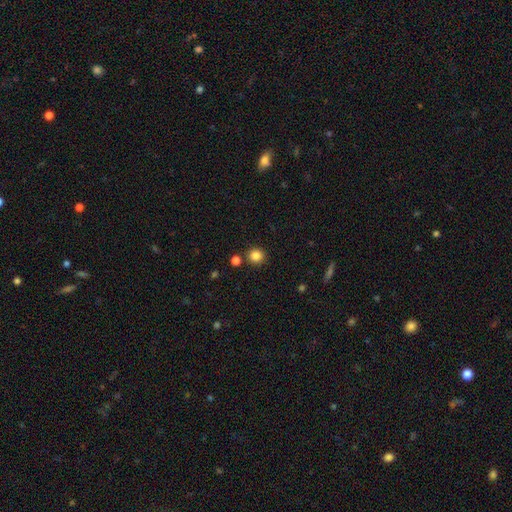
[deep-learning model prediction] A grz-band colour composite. It shows a smooth galaxy with no disk features (84%) that is round (91%). Merging: none (86%).